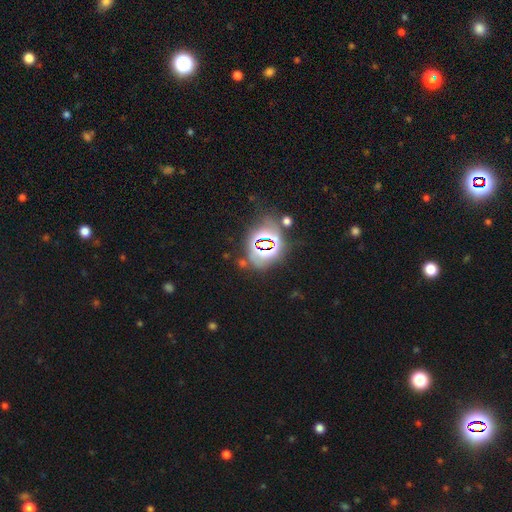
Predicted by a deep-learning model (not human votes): This is likely a star or artifact rather than a galaxy (75%).